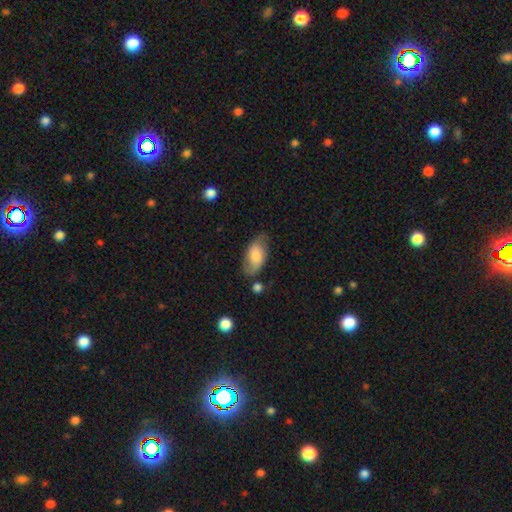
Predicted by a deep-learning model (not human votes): Q: Smooth or featured?
A: smooth (69%); runner-up: featured or disk (25%)
Q: How rounded?
A: in between (92%); runner-up: cigar-shaped (4%)
Q: Merging?
A: none (67%); runner-up: minor disturbance (23%)